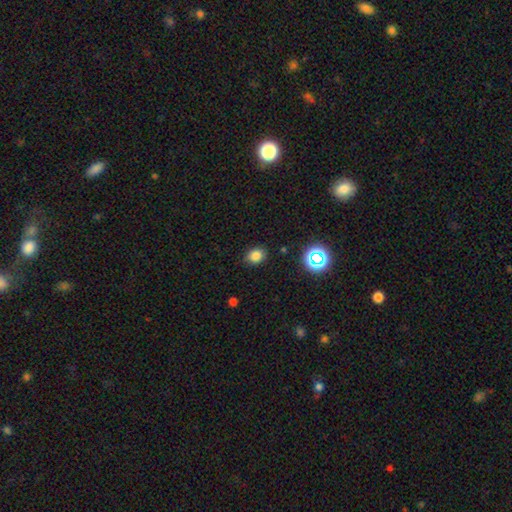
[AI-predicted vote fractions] This appears to be a smooth galaxy with no disk features (79%) that is round (51%). Merging: none (85%).